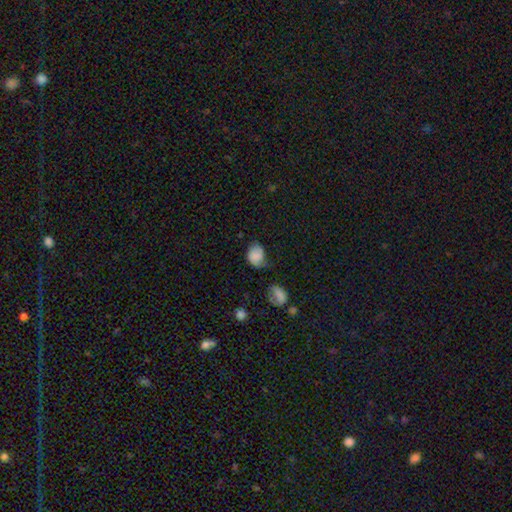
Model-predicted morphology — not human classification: Smooth or featured: smooth — 77% (featured or disk — 14%)
How rounded: in between — 54% (round — 45%)
Merging: none — 37% (minor disturbance — 35%)